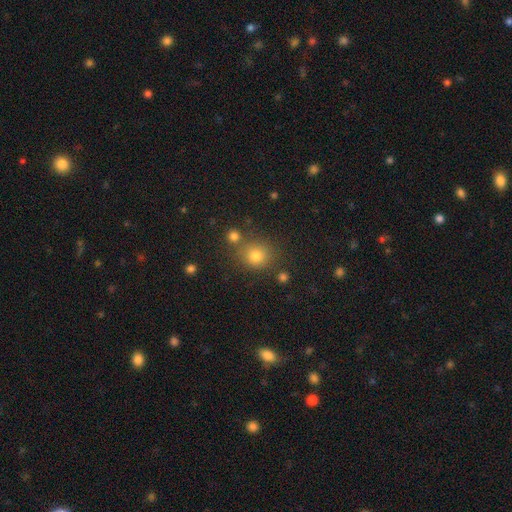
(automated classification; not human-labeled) Smooth or featured? Predicted: smooth (p=0.78). How rounded? Predicted: round (p=0.84). Merging? Predicted: none (p=0.72).